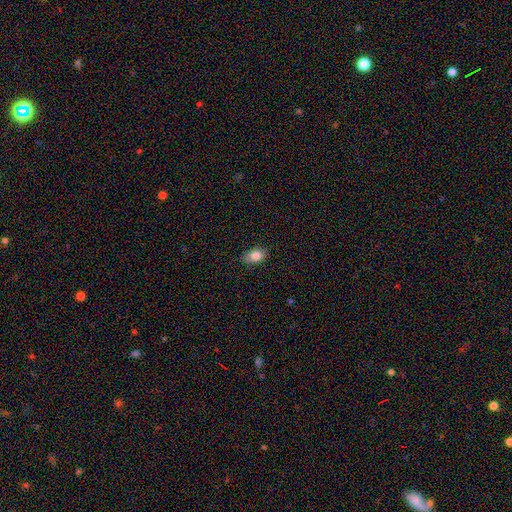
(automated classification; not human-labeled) Smooth or featured: smooth — 84% (star or artifact — 8%)
How rounded: in between — 86% (round — 12%)
Merging: none — 81% (minor disturbance — 15%)